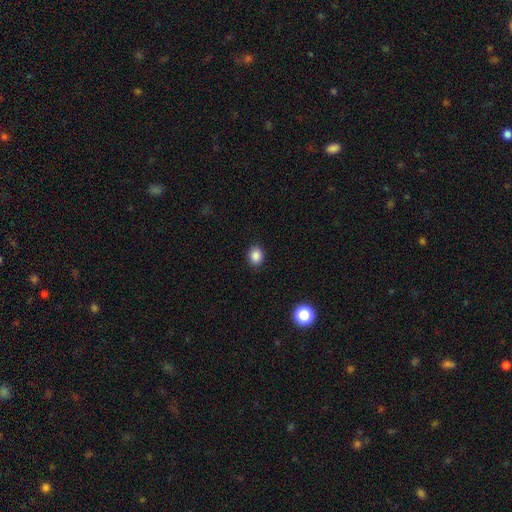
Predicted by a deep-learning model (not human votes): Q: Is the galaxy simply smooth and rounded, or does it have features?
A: smooth — 86%.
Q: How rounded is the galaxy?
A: round — 69%.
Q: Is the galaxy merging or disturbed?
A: none — 89%.